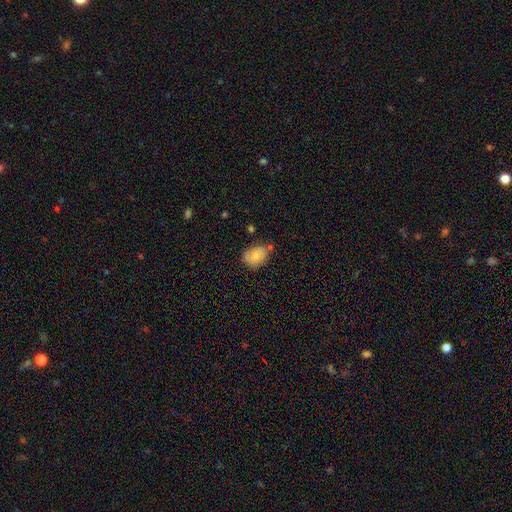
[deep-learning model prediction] Morphology: type=smooth (75%); roundness=in between (60%); merging=none (62%).